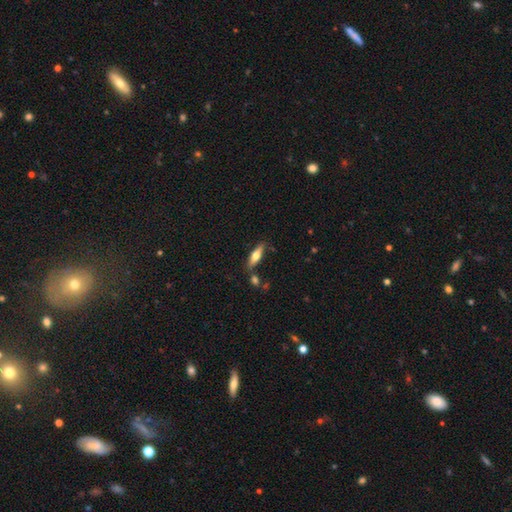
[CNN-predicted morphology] smooth-or-featured: smooth: 53% | featured or disk: 41% | star or artifact: 6%
  how-rounded: cigar-shaped: 58% | in between: 39% | round: 2%
  merging: none: 79% | minor disturbance: 12% | merger: 6% | major disturbance: 3%